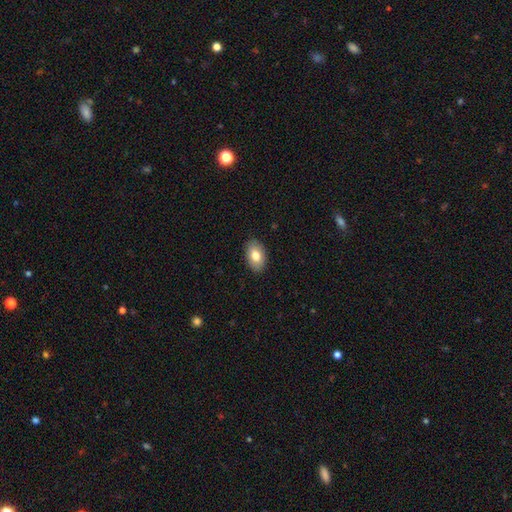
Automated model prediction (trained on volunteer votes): The model was most divided on "smooth or featured": smooth: 79%, featured or disk: 14%, star or artifact: 7%. More confident: how rounded — in between (91%); merging — none (89%).